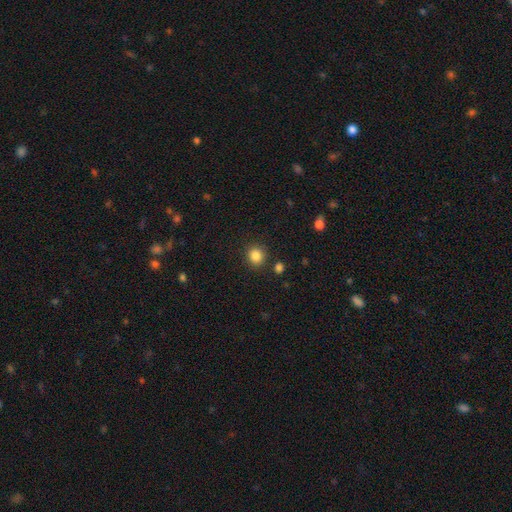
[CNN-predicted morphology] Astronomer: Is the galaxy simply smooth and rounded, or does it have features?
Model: smooth — 85%.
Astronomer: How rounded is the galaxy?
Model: round — 79%.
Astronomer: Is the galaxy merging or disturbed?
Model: none — 85%.